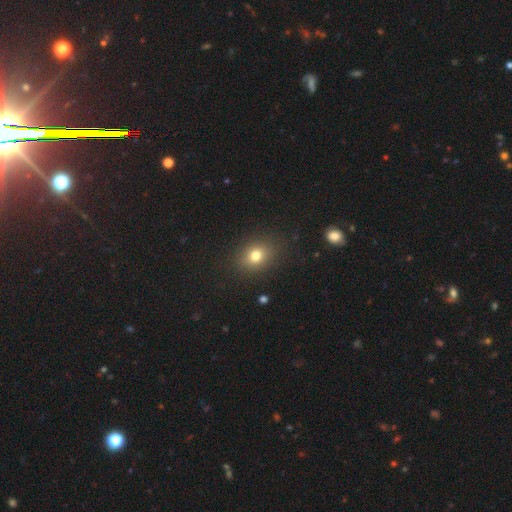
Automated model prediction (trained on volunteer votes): smooth_or_featured: smooth (p=0.77) [alt: star or artifact p=0.14]
how_rounded: round (p=0.51) [alt: in between p=0.48]
merging: none (p=0.87) [alt: minor disturbance p=0.09]